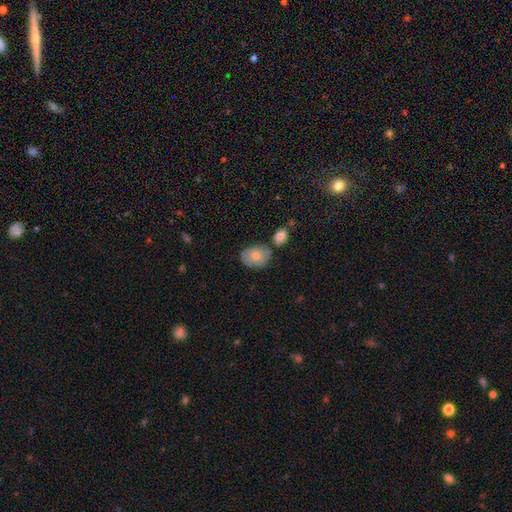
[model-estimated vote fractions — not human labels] This is likely a smooth galaxy (70%). How rounded: likely in between (70%). Merging: likely none (60%).